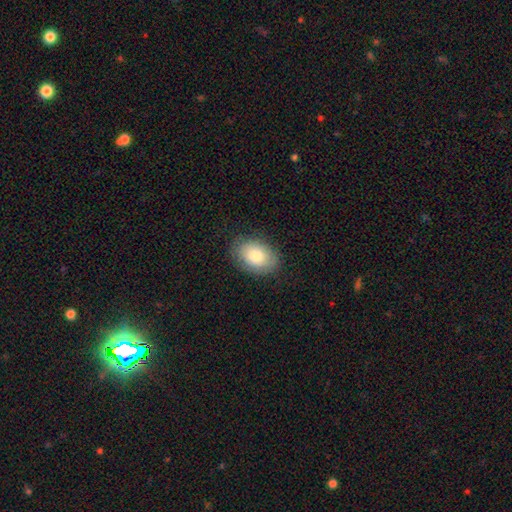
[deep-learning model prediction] Q: Smooth or featured?
A: smooth (80%); runner-up: featured or disk (13%)
Q: How rounded?
A: in between (82%); runner-up: round (17%)
Q: Merging?
A: none (84%); runner-up: minor disturbance (12%)